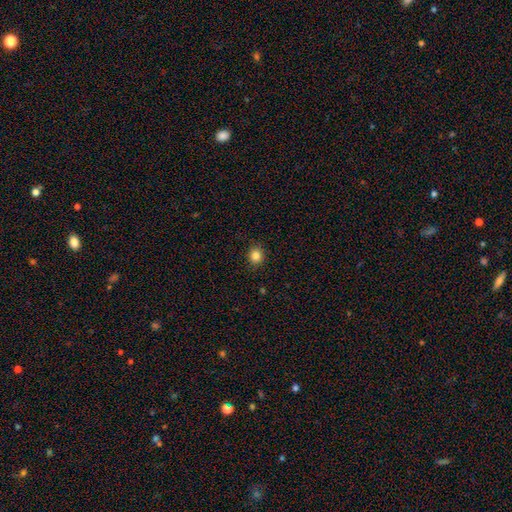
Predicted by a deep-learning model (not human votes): Smooth or featured?
  - smooth: 84% *
  - star or artifact: 11%
  - featured or disk: 5%
How rounded?
  - round: 78% *
  - in between: 21%
  - cigar-shaped: 1%
Merging?
  - none: 89% *
  - minor disturbance: 8%
  - major disturbance: 2%
  - merger: 1%